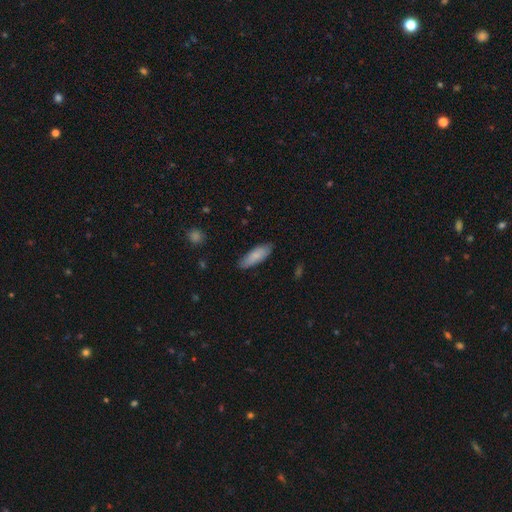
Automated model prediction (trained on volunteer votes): A smooth galaxy with no disk features (82%) that is in between round and cigar-shaped (66%). Merging: none (82%).